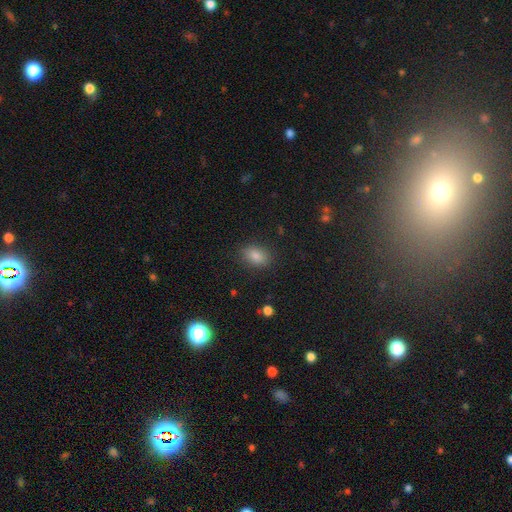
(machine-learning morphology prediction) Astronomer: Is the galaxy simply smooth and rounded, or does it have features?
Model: smooth — 80%.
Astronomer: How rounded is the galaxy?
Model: in between — 80%.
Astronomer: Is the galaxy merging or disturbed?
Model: none — 87%.